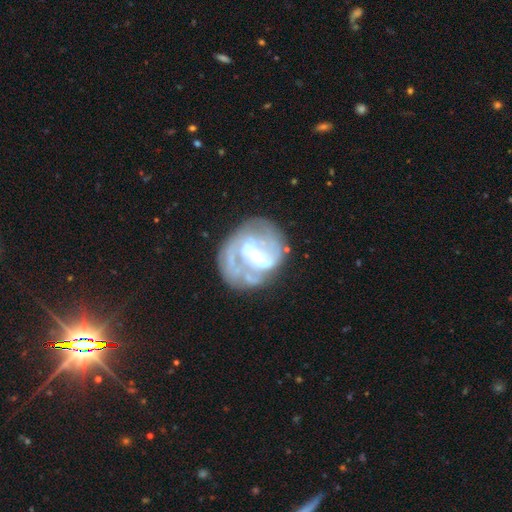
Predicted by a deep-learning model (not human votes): The model was most divided on "bar": weak: 41%, strong: 38%, no: 22%. Remaining: edge-on disk — no (98%); smooth or featured — featured or disk (77%); spiral arms — yes (69%); merging — none (49%); spiral arm count — 2 (46%); bulge size — small (44%); spiral winding — medium (38%).